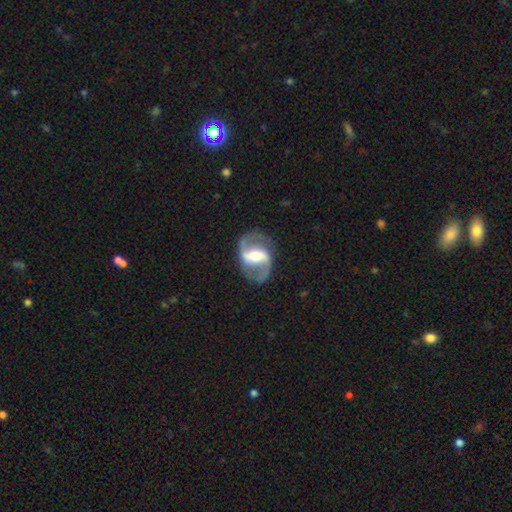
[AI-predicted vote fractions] Morphology: type=featured or disk (87%); edge-on=no (97%); bar=strong (57%); spiral arms=yes (91%); winding=medium (48%); arm count=2 (93%); bulge=moderate (59%); merging=none (81%).